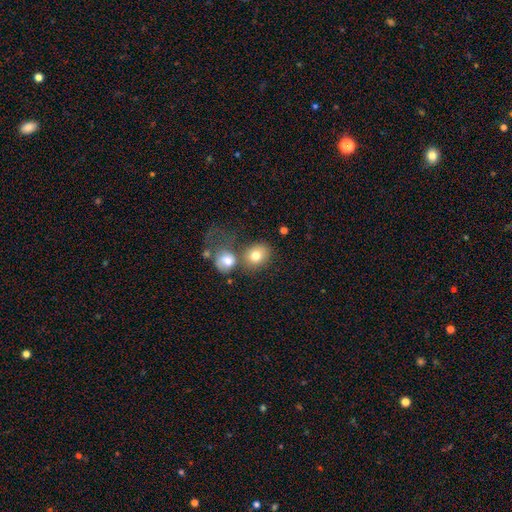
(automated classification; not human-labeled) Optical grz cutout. It shows a smooth galaxy with no disk features (76%) that is round (62%). Merging: none (50%).